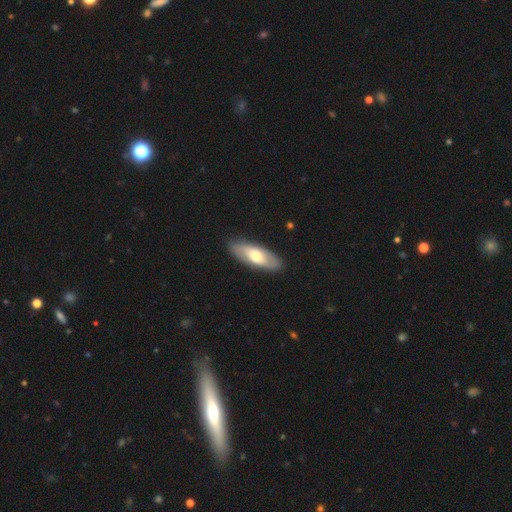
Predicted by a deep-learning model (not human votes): Smooth or featured?
  - smooth: 55% *
  - featured or disk: 40%
  - star or artifact: 5%
How rounded?
  - in between: 71% *
  - cigar-shaped: 26%
  - round: 3%
Merging?
  - none: 88% *
  - minor disturbance: 9%
  - major disturbance: 2%
  - merger: 1%